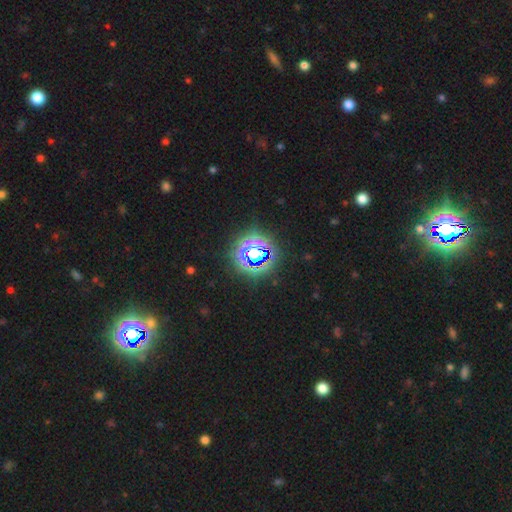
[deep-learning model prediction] The model was most divided on "smooth or featured": star or artifact: 69%, smooth: 20%, featured or disk: 11%.